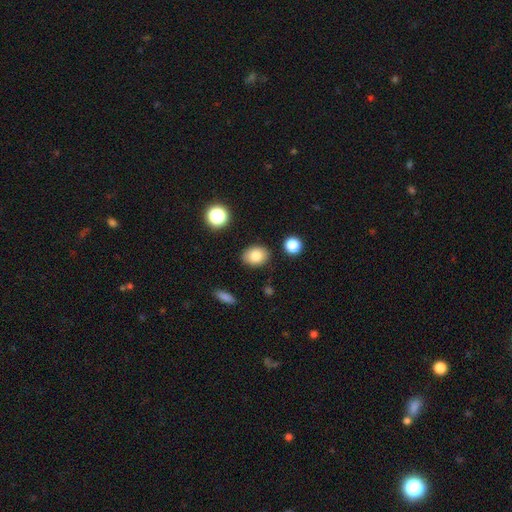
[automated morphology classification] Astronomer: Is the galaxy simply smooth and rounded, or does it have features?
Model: smooth — 83%.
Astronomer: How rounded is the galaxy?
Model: in between — 67%.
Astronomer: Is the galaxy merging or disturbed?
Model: none — 86%.